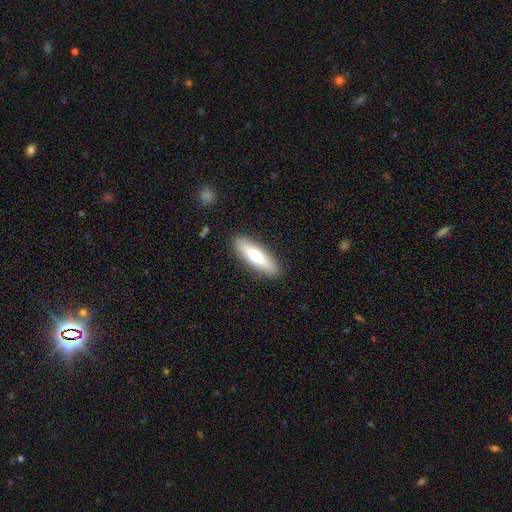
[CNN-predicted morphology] type=smooth (61%); roundness=cigar-shaped (56%); merging=none (89%).